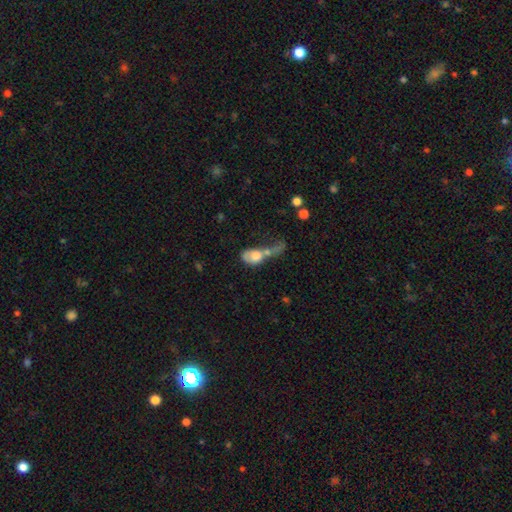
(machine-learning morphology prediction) smooth_or_featured: smooth (p=0.58) [alt: featured or disk p=0.32]
how_rounded: in between (p=0.70) [alt: round p=0.24]
merging: merger (p=0.47) [alt: major disturbance p=0.33]